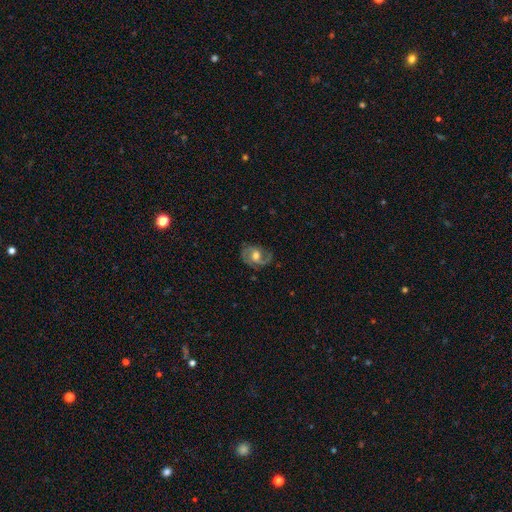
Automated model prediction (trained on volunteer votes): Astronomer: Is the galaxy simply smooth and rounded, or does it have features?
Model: featured or disk — 78%.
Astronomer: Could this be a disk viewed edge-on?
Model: no — 97%.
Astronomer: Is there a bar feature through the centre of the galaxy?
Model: no — 54% (runner-up: weak, 37%).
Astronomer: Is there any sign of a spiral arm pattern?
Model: yes — 93%.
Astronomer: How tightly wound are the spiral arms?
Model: medium — 50% (runner-up: tight, 26%).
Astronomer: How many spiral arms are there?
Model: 2 — 68%.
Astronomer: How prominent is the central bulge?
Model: moderate — 71%.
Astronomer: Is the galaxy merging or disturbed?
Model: none — 68%.